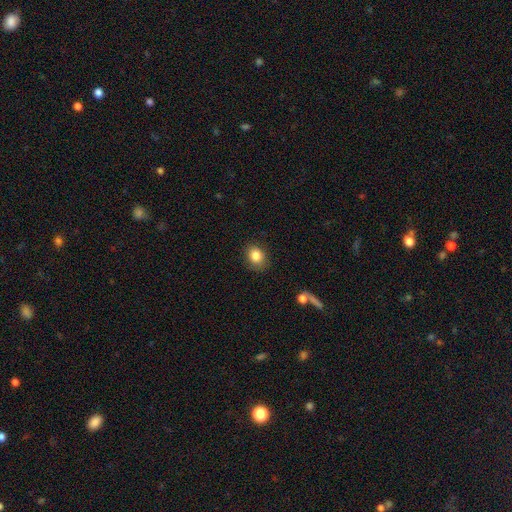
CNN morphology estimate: Smooth or featured: smooth — 84% (star or artifact — 10%)
How rounded: in between — 50% (round — 49%)
Merging: none — 83% (minor disturbance — 12%)